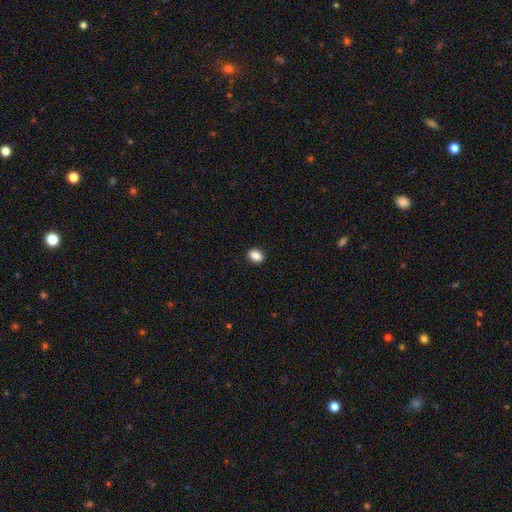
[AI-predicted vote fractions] Smooth or featured? Predicted: smooth (p=0.88). How rounded? Predicted: in between (p=0.74). Merging? Predicted: none (p=0.91).